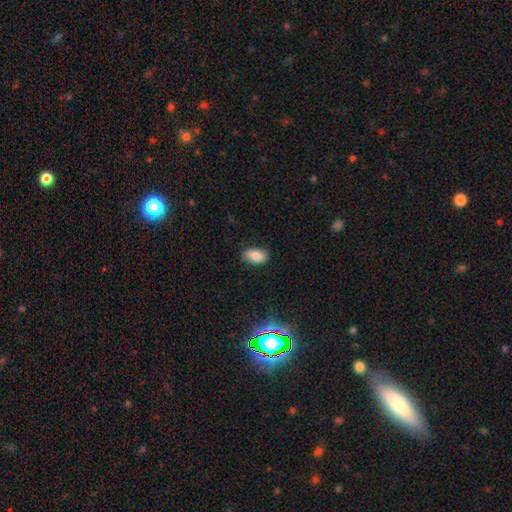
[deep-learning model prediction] Morphology: type=smooth (82%); roundness=in between (91%); merging=none (81%).